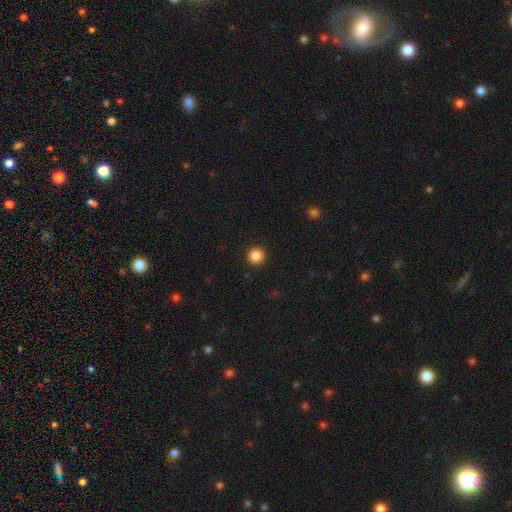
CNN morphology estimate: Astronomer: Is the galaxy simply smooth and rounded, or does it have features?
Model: smooth — 86%.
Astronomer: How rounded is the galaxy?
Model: round — 95%.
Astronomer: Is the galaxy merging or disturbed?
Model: none — 93%.